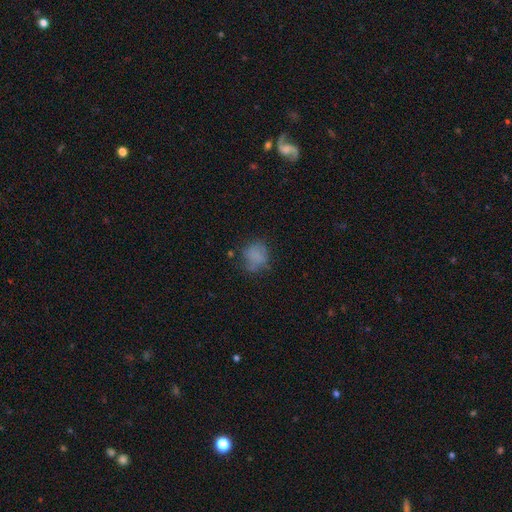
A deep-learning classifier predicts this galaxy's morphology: Smooth or featured? smooth (68%)
How rounded? round (67%)
Merging? none (53%)